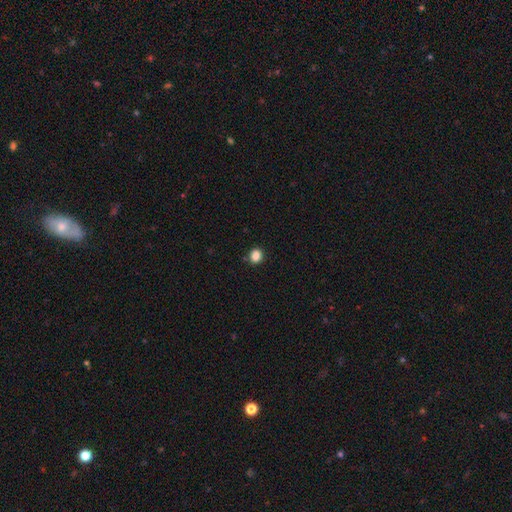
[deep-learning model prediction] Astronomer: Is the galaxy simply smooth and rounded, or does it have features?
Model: smooth — 85%.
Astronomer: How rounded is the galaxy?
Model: round — 74%.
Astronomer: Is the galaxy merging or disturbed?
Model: none — 88%.